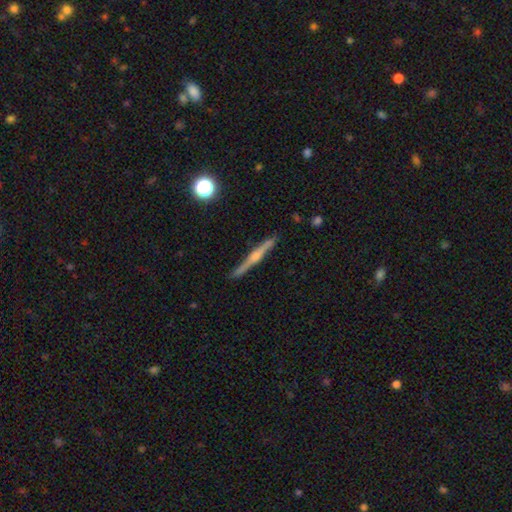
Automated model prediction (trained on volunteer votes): A featured or disk galaxy (75%) viewed edge-on (98%) with a rounded central bulge (82%). Merging: none (90%).